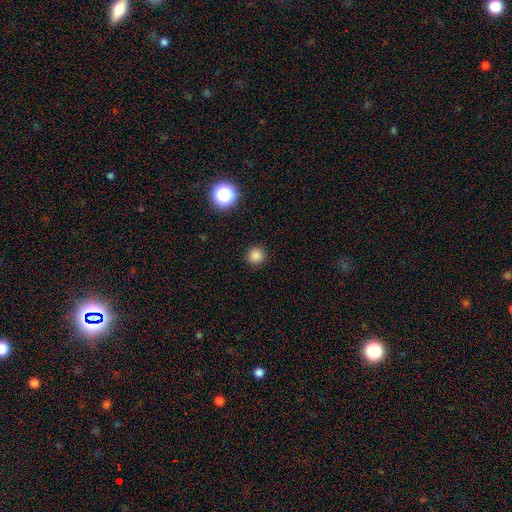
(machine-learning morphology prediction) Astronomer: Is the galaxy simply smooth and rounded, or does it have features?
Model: smooth — 83%.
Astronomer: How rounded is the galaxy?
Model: round — 95%.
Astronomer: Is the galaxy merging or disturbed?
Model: none — 92%.